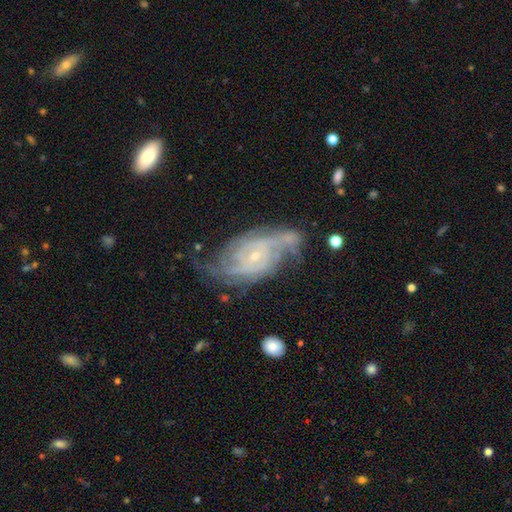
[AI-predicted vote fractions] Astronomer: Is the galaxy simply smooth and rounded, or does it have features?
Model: featured or disk — 89%.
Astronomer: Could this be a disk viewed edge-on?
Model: no — 96%.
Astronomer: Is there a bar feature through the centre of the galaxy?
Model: no — 62%.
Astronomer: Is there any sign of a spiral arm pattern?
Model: yes — 97%.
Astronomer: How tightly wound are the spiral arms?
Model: tight — 58% (runner-up: medium, 34%).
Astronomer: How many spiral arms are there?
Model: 2 — 34% (runner-up: can't tell, 22%).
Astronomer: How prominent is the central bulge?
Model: small — 76%.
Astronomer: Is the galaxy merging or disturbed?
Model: none — 60%.